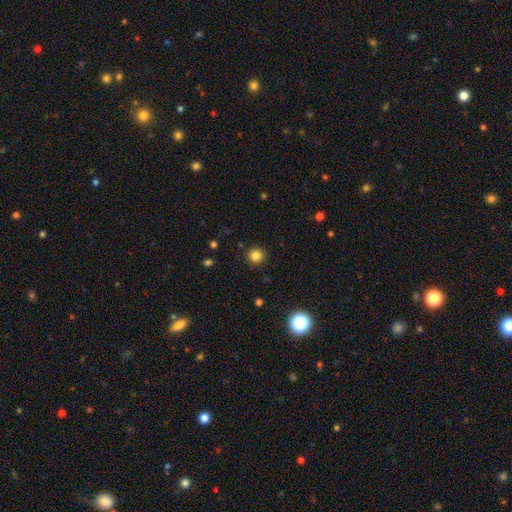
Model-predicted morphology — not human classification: Smooth or featured? Predicted: smooth (p=0.83). How rounded? Predicted: round (p=0.94). Merging? Predicted: none (p=0.91).